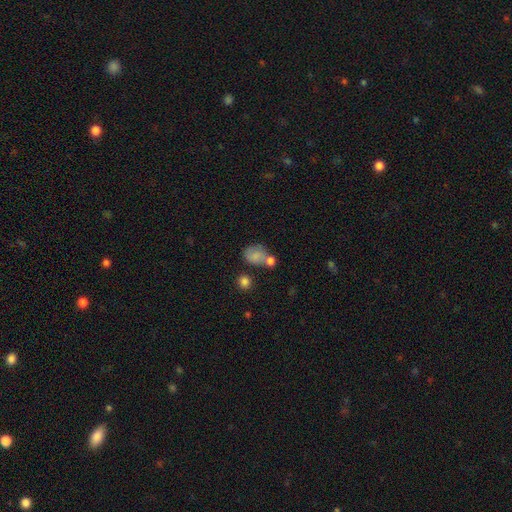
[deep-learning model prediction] smooth-or-featured: smooth: 77% | featured or disk: 12% | star or artifact: 11%
  how-rounded: in between: 50% | round: 49% | cigar-shaped: 1%
  merging: none: 40% | merger: 33% | minor disturbance: 18% | major disturbance: 9%